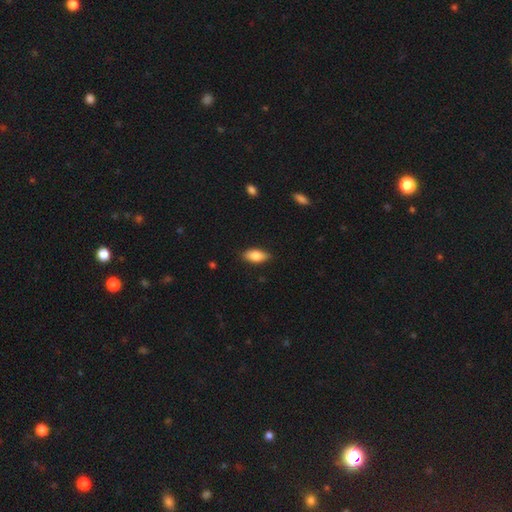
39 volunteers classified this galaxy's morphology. Smooth or featured? 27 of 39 (69%) said smooth. How rounded? 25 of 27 (93%) said in between. Merging? 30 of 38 (79%) said none.